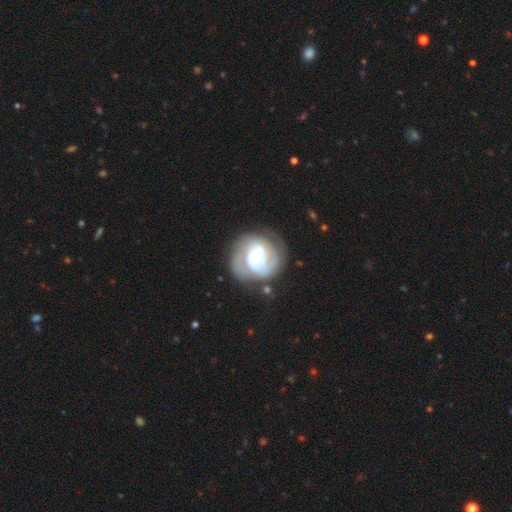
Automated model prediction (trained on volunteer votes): Smooth or featured? Predicted: featured or disk (p=0.85). Edge-on disk? Predicted: no (p=0.98). Bar? Predicted: weak (p=0.45). Spiral arms? Predicted: yes (p=0.94). Spiral winding? Predicted: tight (p=0.43). Spiral arm count? Predicted: 2 (p=0.60). Bulge size? Predicted: moderate (p=0.54). Merging? Predicted: none (p=0.66).